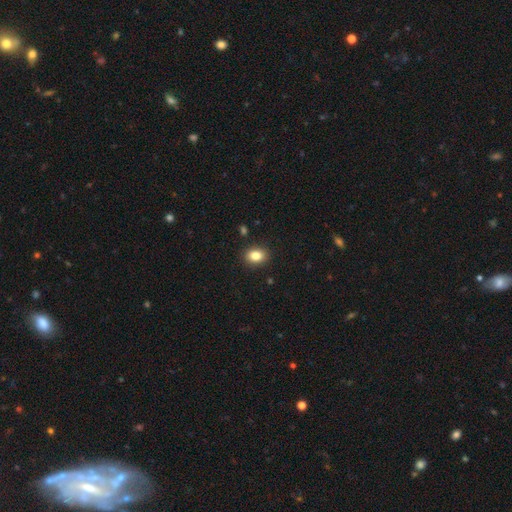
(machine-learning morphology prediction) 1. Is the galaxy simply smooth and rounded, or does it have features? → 85% smooth, 9% star or artifact, 6% featured or disk.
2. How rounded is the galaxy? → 64% in between, 35% round, 1% cigar-shaped.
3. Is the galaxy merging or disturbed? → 89% none, 8% minor disturbance, 2% major disturbance, 1% merger.